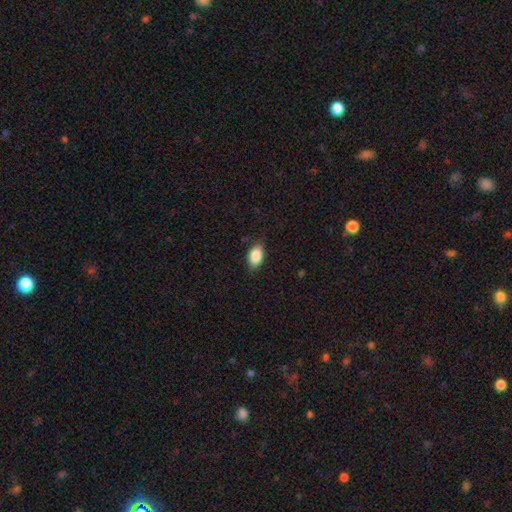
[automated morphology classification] Q: Smooth or featured?
A: smooth (86%); runner-up: star or artifact (7%)
Q: How rounded?
A: in between (91%); runner-up: round (7%)
Q: Merging?
A: none (84%); runner-up: minor disturbance (12%)